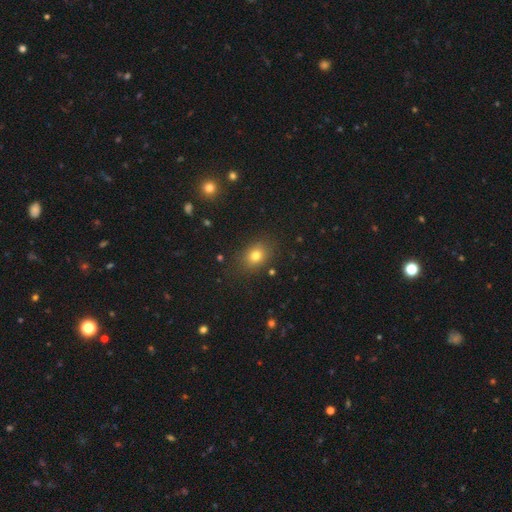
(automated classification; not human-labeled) The model was most divided on "how rounded": in between: 59%, round: 40%, cigar-shaped: 1%. More confident: merging — none (83%); smooth or featured — smooth (77%).